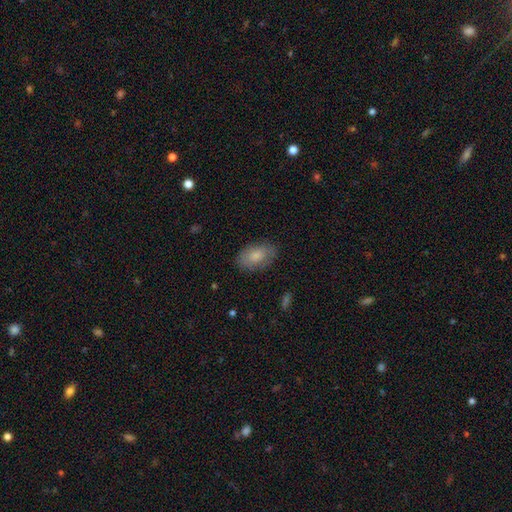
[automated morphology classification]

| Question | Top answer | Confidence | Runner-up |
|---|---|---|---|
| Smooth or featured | smooth | 76% | featured or disk (18%) |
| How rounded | in between | 92% | round (6%) |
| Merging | none | 80% | minor disturbance (15%) |